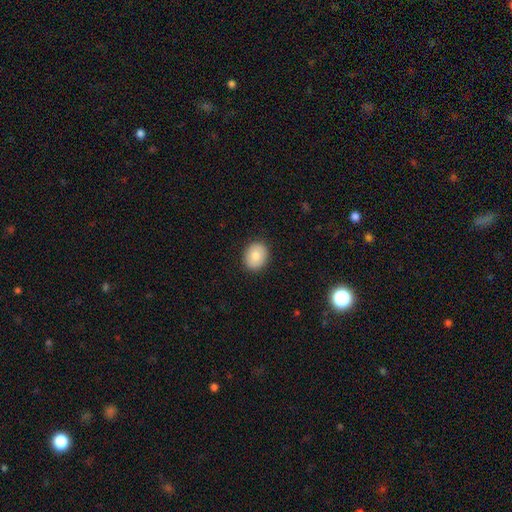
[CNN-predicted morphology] A smooth galaxy with no disk features (82%) that is round (57%).

Vote fractions:
- Smooth or featured? smooth: 82% / featured or disk: 10% / star or artifact: 7%
- How rounded? round: 57% / in between: 42% / cigar-shaped: 1%
- Merging? none: 89% / minor disturbance: 8% / major disturbance: 2% / merger: 1%